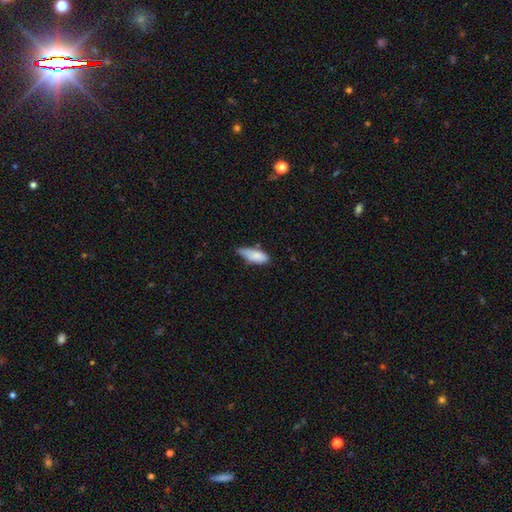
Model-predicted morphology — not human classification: Smooth or featured?
  - smooth: 82% *
  - featured or disk: 11%
  - star or artifact: 7%
How rounded?
  - in between: 73% *
  - cigar-shaped: 24%
  - round: 2%
Merging?
  - none: 45% *
  - minor disturbance: 43%
  - major disturbance: 9%
  - merger: 4%